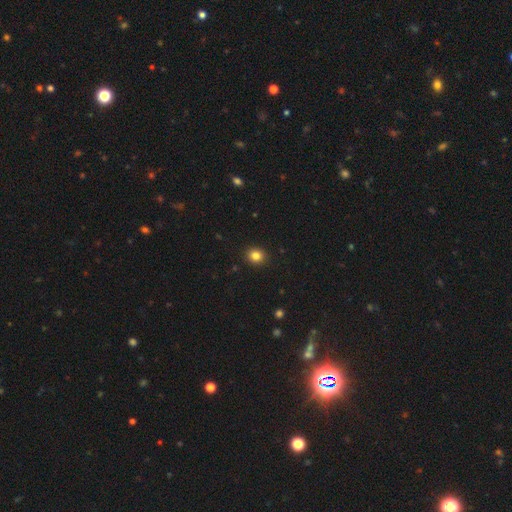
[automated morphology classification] A smooth galaxy with no disk features (83%) that is round (77%). Merging: none (92%).